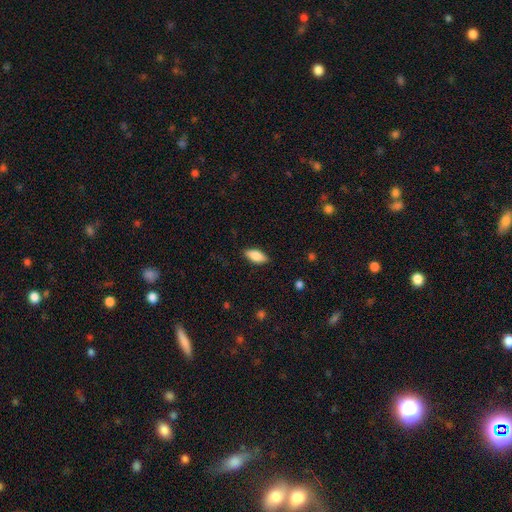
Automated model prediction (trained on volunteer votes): smooth 82%, featured or disk 12%, star or artifact 6%. Down the decision tree: how rounded — in between (85%); merging — none (87%).